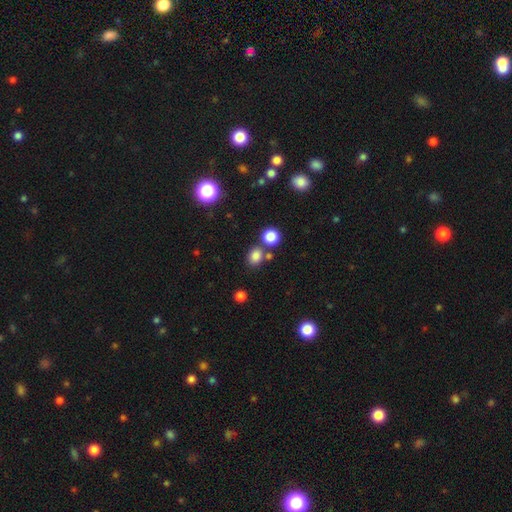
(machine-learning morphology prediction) smooth_or_featured: smooth (p=0.81) [alt: star or artifact p=0.14]
how_rounded: round (p=0.54) [alt: in between p=0.45]
merging: none (p=0.67) [alt: merger p=0.19]